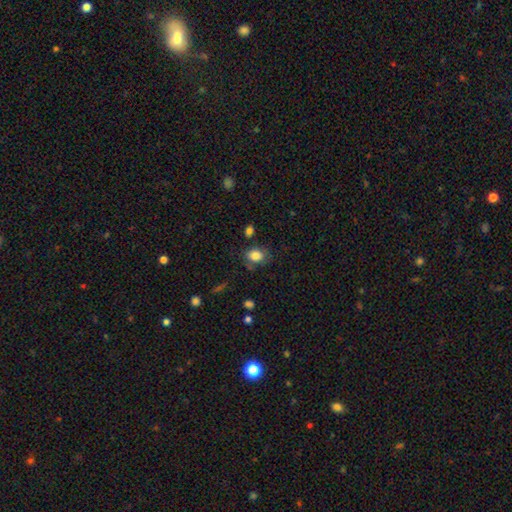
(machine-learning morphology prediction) smooth-or-featured: smooth: 84% | star or artifact: 9% | featured or disk: 7%
  how-rounded: in between: 66% | round: 33% | cigar-shaped: 1%
  merging: none: 69% | minor disturbance: 19% | major disturbance: 6% | merger: 6%